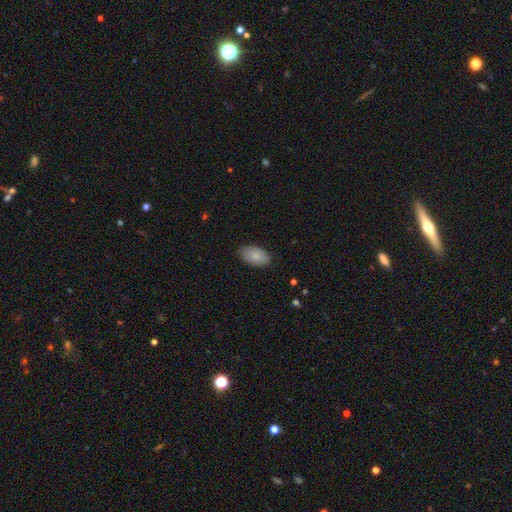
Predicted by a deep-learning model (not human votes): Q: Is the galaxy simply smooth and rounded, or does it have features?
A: smooth — 81%.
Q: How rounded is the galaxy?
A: in between — 94%.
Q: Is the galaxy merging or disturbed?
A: none — 81%.